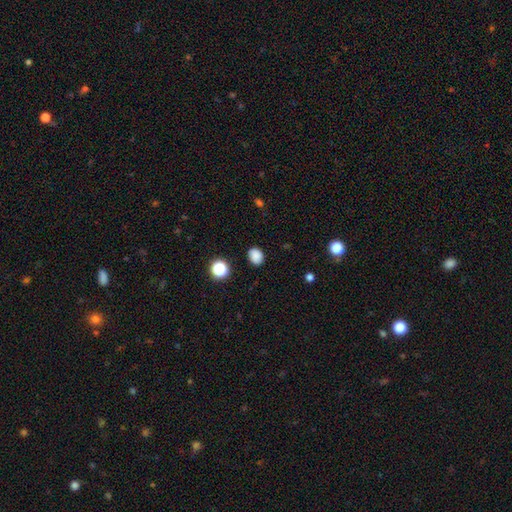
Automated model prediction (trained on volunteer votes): Smooth or featured: smooth — 83% (star or artifact — 12%)
How rounded: round — 56% (in between — 43%)
Merging: none — 85% (minor disturbance — 11%)